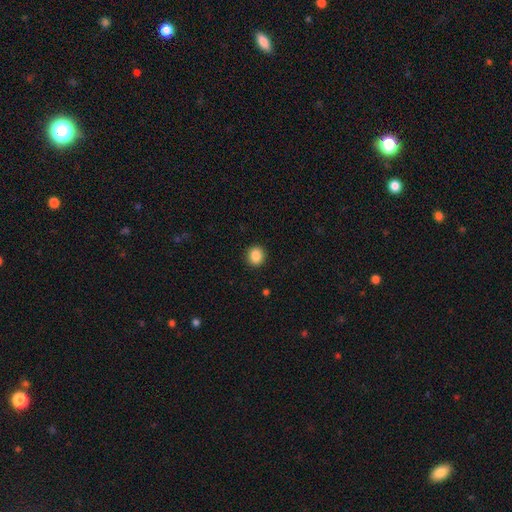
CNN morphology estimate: smooth-or-featured: smooth: 88% | star or artifact: 9% | featured or disk: 3%
  how-rounded: round: 82% | in between: 17% | cigar-shaped: 1%
  merging: none: 91% | minor disturbance: 6% | major disturbance: 2% | merger: 1%